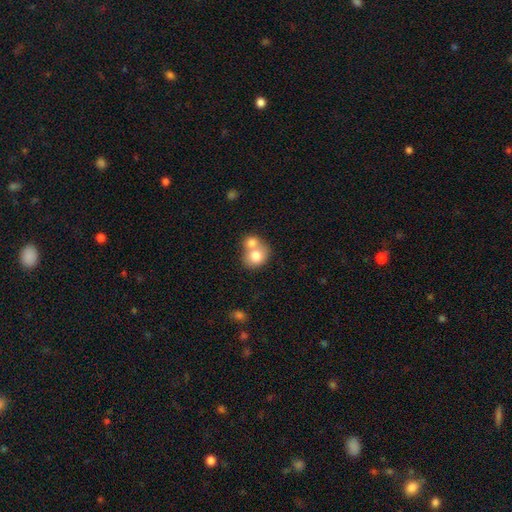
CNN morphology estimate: smooth-or-featured: smooth: 76% | featured or disk: 17% | star or artifact: 8%
  how-rounded: round: 68% | in between: 31% | cigar-shaped: 1%
  merging: merger: 64% | none: 26% | minor disturbance: 7% | major disturbance: 3%